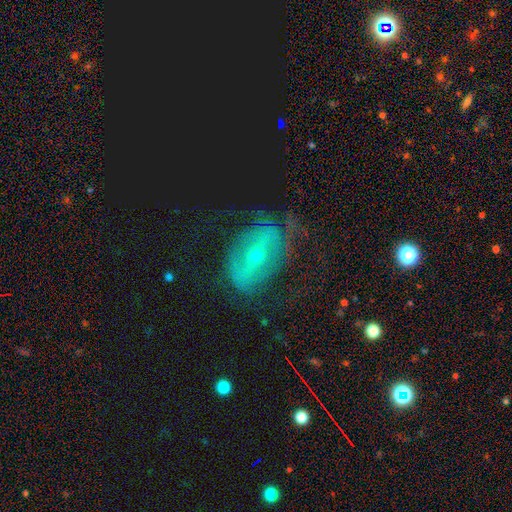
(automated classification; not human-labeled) A featured or disk galaxy (69%) with a strong bar (37%), spiral arms (59%) and a small central bulge (69%). Merging: none (55%).